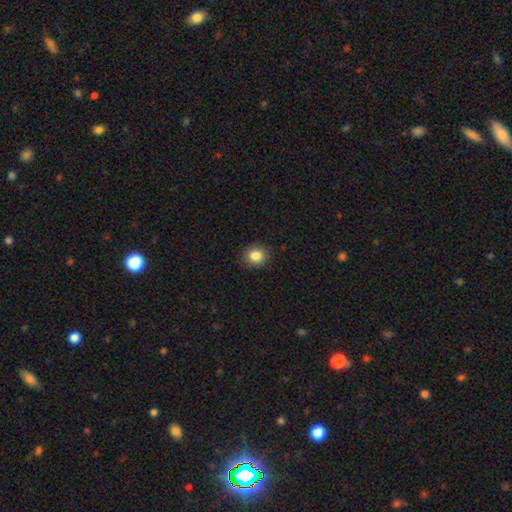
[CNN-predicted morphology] This appears to be a smooth galaxy with no disk features (86%) that is round (79%). Merging: none (90%).